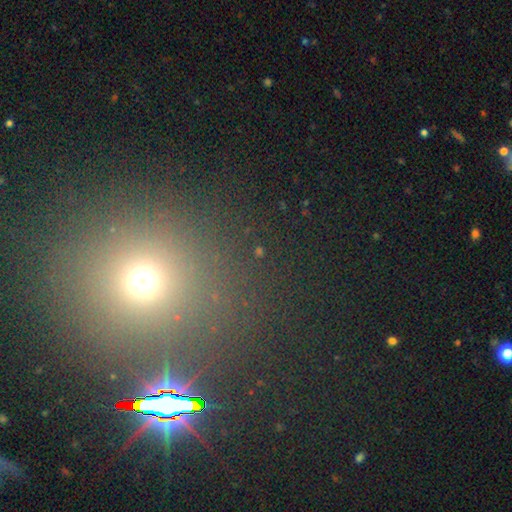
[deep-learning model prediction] star or artifact 52%, smooth 40%, featured or disk 8%.